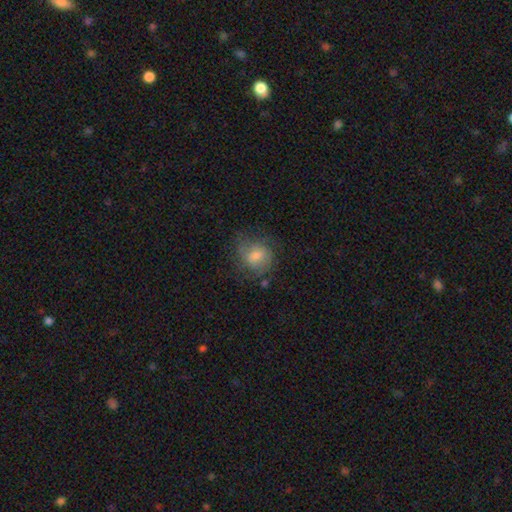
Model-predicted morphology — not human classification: Smooth or featured? Predicted: smooth (p=0.63). How rounded? Predicted: round (p=0.67). Merging? Predicted: none (p=0.59).